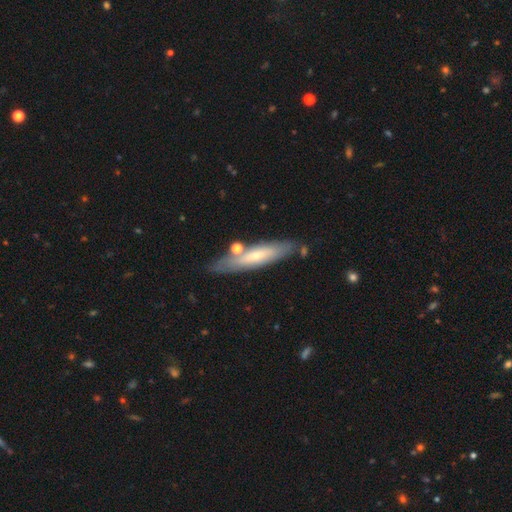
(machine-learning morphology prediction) This is possibly a smooth galaxy (49%). Merging: likely none (76%).